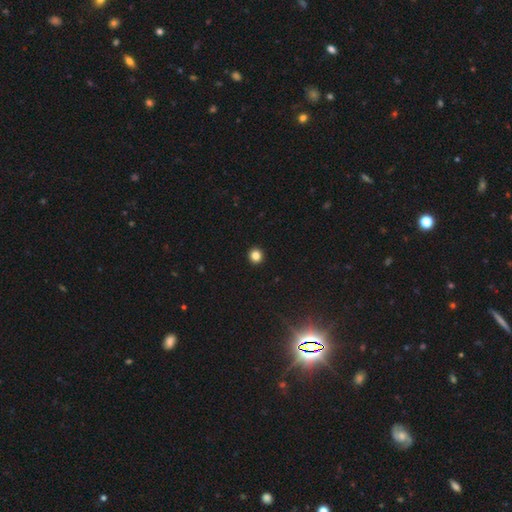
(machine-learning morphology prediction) Overall: smooth (84%). How rounded: round (93%). Merging: none (94%).